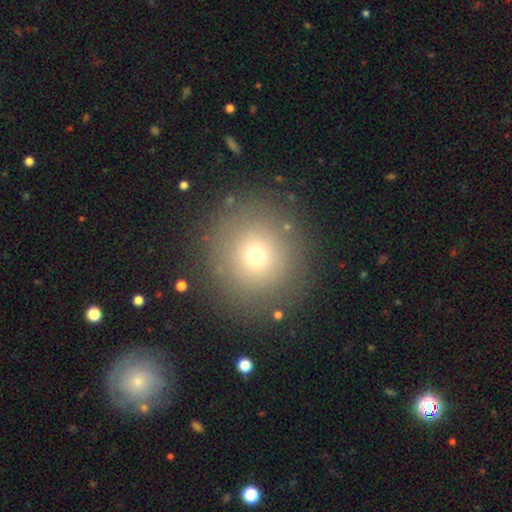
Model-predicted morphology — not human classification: Smooth or featured? Predicted: smooth (p=0.68). How rounded? Predicted: round (p=0.93). Merging? Predicted: none (p=0.86).